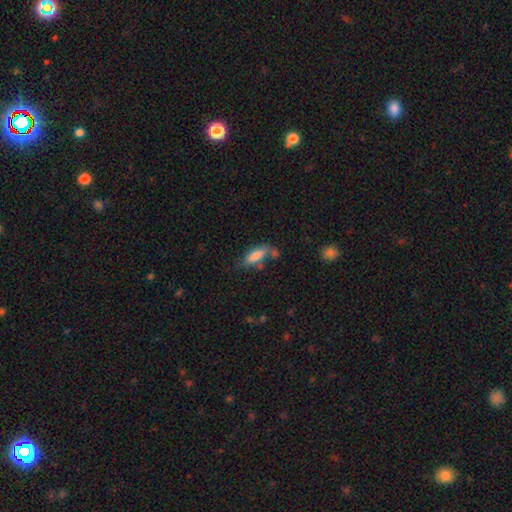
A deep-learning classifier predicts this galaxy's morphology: smooth 80%, featured or disk 13%, star or artifact 7%. Down the decision tree: how rounded — in between (59%); merging — none (56%).